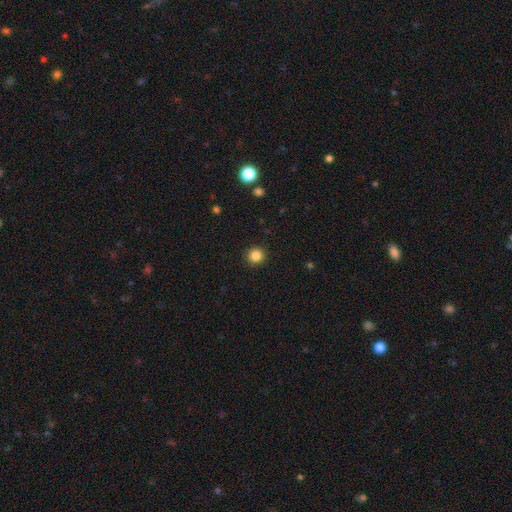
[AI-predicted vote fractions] A smooth galaxy with no disk features (85%) that is round (94%).

Vote fractions:
- Smooth or featured? smooth: 85% / star or artifact: 11% / featured or disk: 4%
- How rounded? round: 94% / in between: 5% / cigar-shaped: 1%
- Merging? none: 92% / minor disturbance: 5% / major disturbance: 2% / merger: 1%